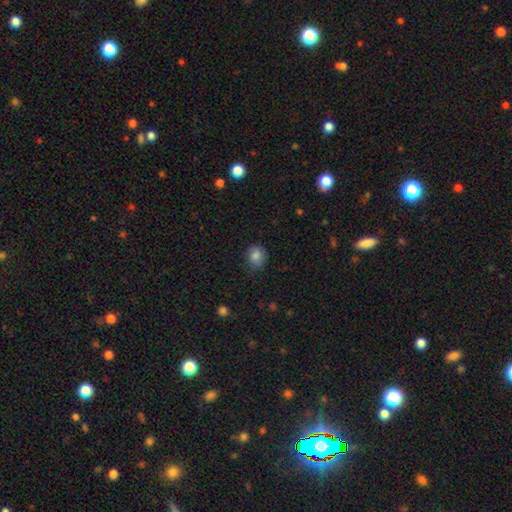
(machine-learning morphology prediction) Q: Smooth or featured?
A: smooth (84%); runner-up: star or artifact (10%)
Q: How rounded?
A: round (58%); runner-up: in between (41%)
Q: Merging?
A: none (76%); runner-up: minor disturbance (19%)